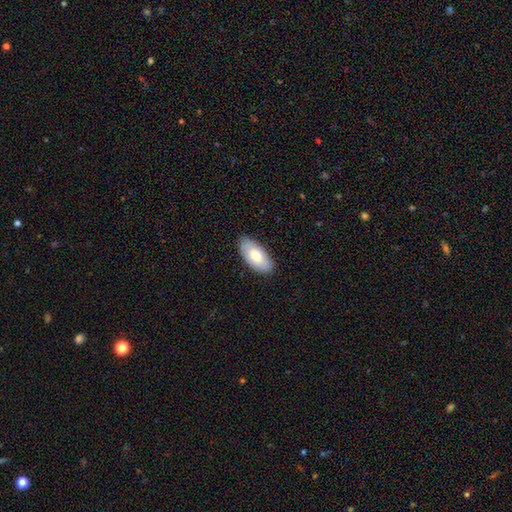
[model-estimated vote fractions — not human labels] This is likely a smooth galaxy (72%). How rounded: clearly in between (93%). Merging: clearly none (86%).